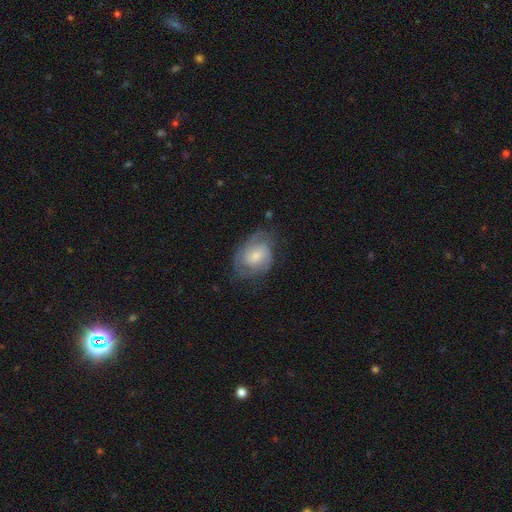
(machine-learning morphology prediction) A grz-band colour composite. It shows a featured or disk galaxy (61%) with no bar (54%), 2 (47%) tight (43%) spiral arms (85%) and a small central bulge (49%). Merging: none (57%).